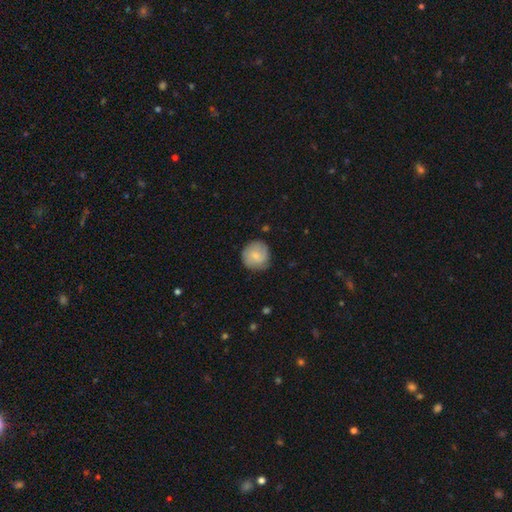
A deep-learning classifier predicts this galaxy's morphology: Smooth or featured?
  - smooth: 66% *
  - featured or disk: 27%
  - star or artifact: 7%
How rounded?
  - round: 92% *
  - in between: 7%
  - cigar-shaped: 1%
Merging?
  - none: 80% *
  - minor disturbance: 16%
  - major disturbance: 3%
  - merger: 1%